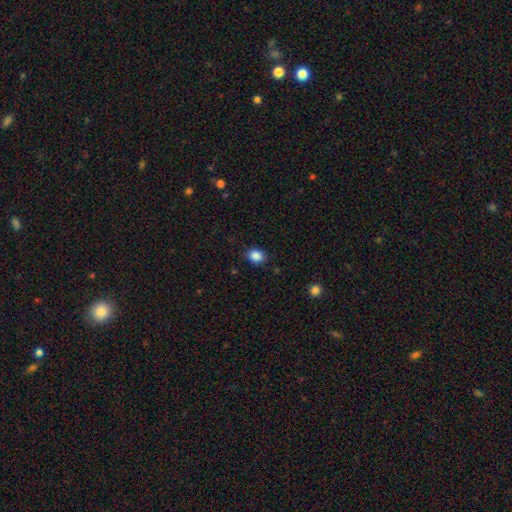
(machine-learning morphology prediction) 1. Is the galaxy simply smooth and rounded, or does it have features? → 87% smooth, 10% star or artifact, 3% featured or disk.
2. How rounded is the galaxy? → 55% in between, 44% round, 1% cigar-shaped.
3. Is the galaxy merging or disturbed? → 85% none, 11% minor disturbance, 3% major disturbance, 1% merger.